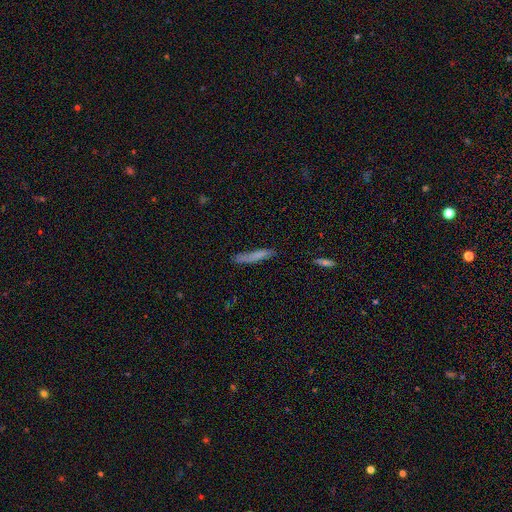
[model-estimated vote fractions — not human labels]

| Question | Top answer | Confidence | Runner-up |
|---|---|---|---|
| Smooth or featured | smooth | 73% | featured or disk (19%) |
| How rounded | cigar-shaped | 92% | in between (6%) |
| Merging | none | 73% | minor disturbance (20%) |